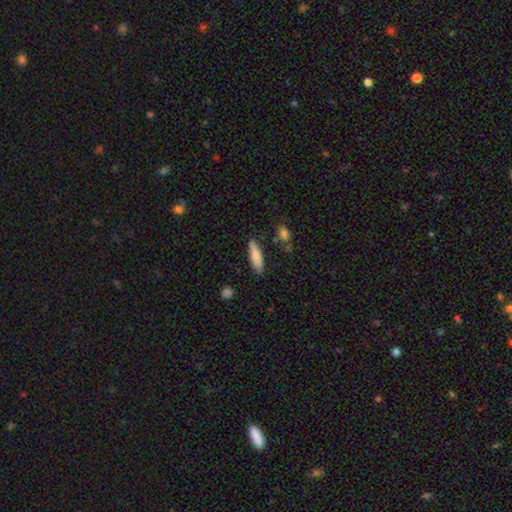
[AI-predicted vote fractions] Smooth or featured? smooth (82%)
How rounded? cigar-shaped (60%)
Merging? none (84%)